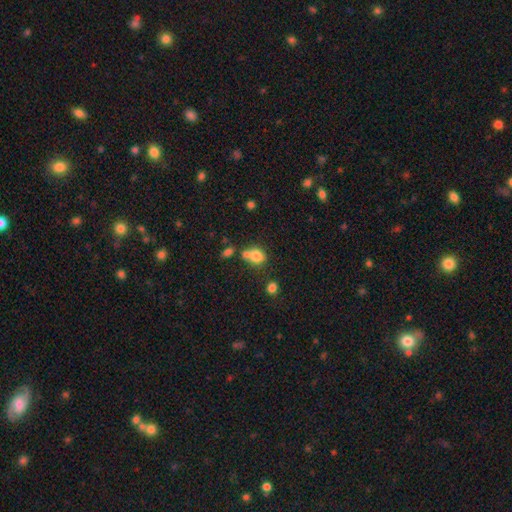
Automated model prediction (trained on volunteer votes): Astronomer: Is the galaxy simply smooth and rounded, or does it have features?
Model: smooth — 79%.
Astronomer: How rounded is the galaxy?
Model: round — 63%.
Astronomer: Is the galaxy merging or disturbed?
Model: merger — 43% (runner-up: none, 39%).